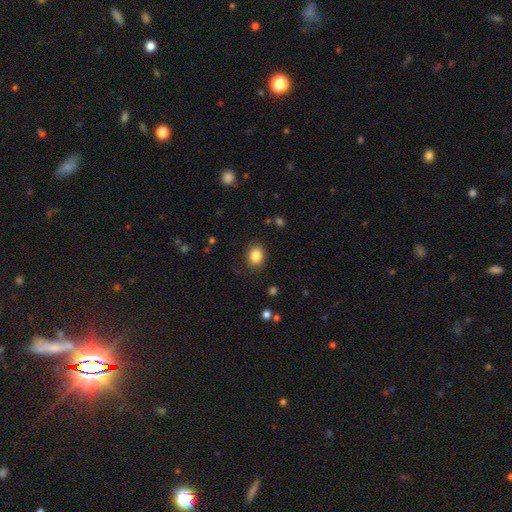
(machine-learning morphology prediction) type=smooth (86%); roundness=round (53%); merging=none (87%).